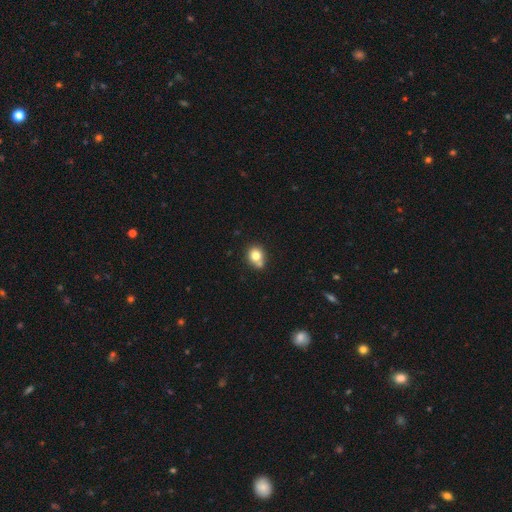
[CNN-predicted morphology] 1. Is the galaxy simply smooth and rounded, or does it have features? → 78% smooth, 11% featured or disk, 11% star or artifact.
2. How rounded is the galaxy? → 70% round, 29% in between, 1% cigar-shaped.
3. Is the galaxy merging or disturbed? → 58% none, 20% merger, 18% minor disturbance, 4% major disturbance.